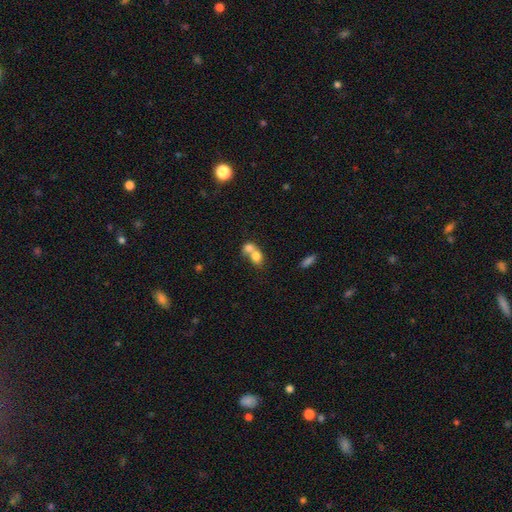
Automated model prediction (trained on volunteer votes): A smooth galaxy with no disk features (75%) that is in between round and cigar-shaped (53%).

Vote fractions:
- Smooth or featured? smooth: 75% / featured or disk: 16% / star or artifact: 9%
- How rounded? in between: 53% / round: 46% / cigar-shaped: 2%
- Merging? merger: 73% / none: 19% / minor disturbance: 5% / major disturbance: 3%